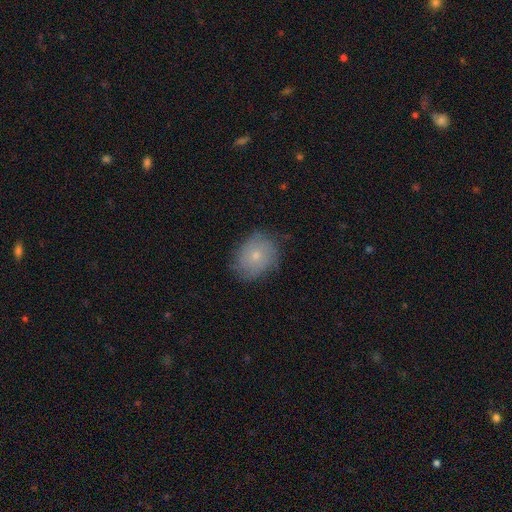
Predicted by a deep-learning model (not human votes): This is likely a smooth galaxy (60%). How rounded: possibly round (54%). Merging: likely none (76%).